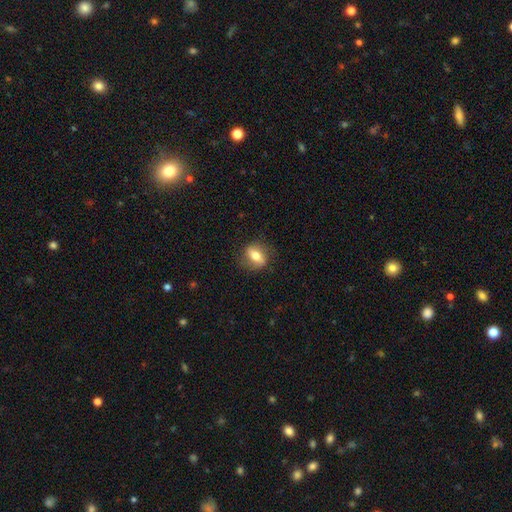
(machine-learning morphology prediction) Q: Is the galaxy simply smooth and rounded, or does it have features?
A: smooth — 59%.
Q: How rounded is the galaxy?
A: in between — 66%.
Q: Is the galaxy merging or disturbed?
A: none — 79%.